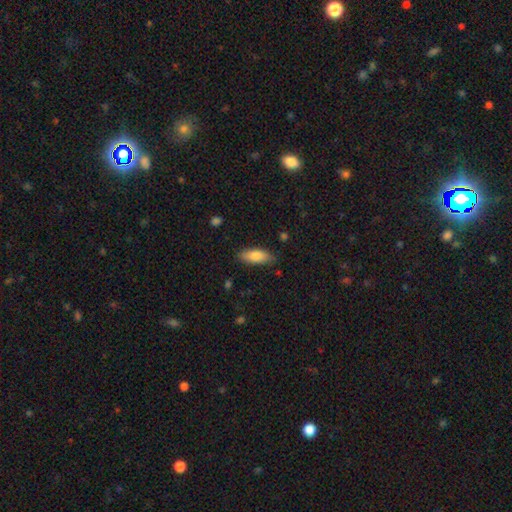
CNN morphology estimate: type=smooth (81%); roundness=in between (72%); merging=none (82%).